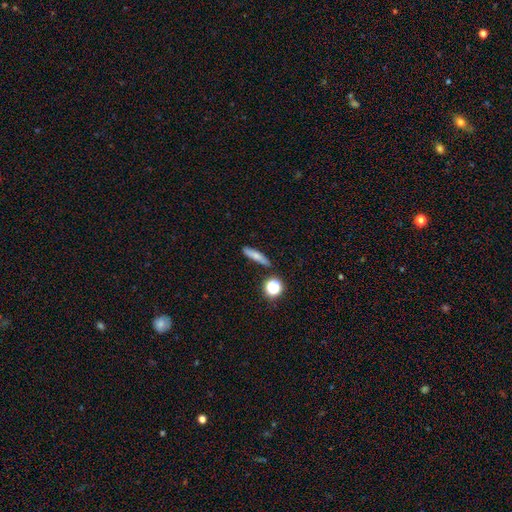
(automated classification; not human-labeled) The model was most divided on "smooth or featured": smooth: 71%, featured or disk: 18%, star or artifact: 11%. More confident: merging — none (81%); how rounded — cigar-shaped (74%).